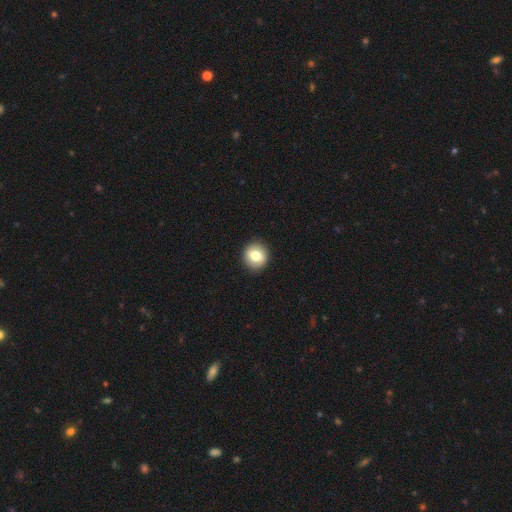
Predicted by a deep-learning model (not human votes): Smooth or featured: smooth — 76% (featured or disk — 16%)
How rounded: round — 88% (in between — 11%)
Merging: none — 92% (minor disturbance — 5%)